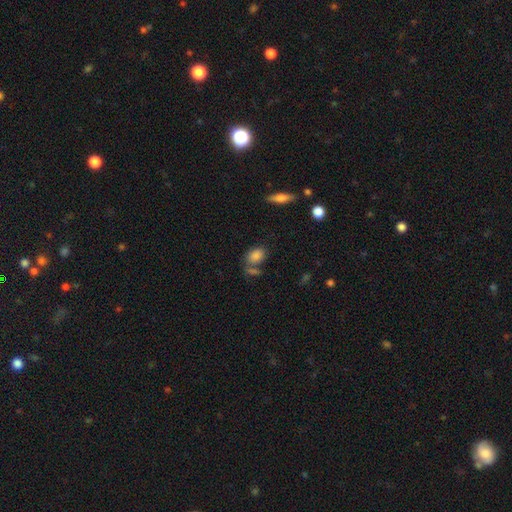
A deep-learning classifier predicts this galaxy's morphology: This appears to be a smooth galaxy with no disk features (83%) that is in between round and cigar-shaped (82%). Merging: none (54%).